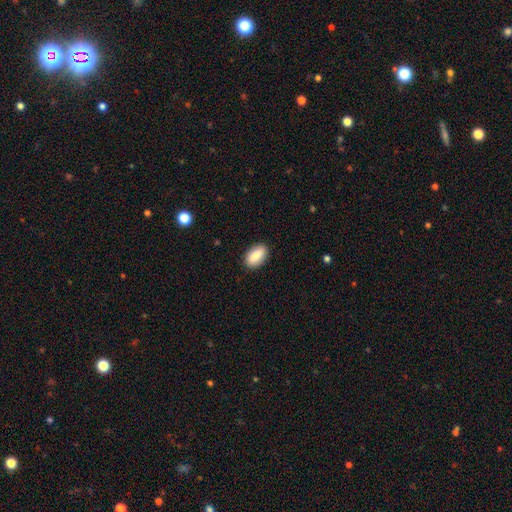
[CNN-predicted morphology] This appears to be a smooth galaxy with no disk features (84%) that is in between round and cigar-shaped (91%). Merging: none (89%).